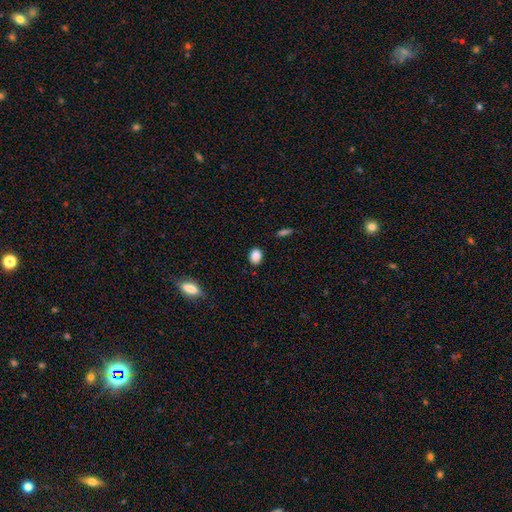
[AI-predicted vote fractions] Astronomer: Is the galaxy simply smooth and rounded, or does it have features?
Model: smooth — 87%.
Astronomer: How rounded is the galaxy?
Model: in between — 63%.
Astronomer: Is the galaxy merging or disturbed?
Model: none — 87%.